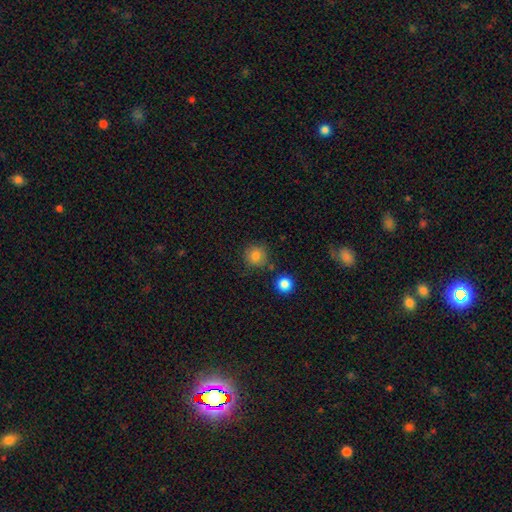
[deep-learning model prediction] A smooth galaxy with no disk features (83%) that is round (92%).

Vote fractions:
- Smooth or featured? smooth: 83% / star or artifact: 11% / featured or disk: 6%
- How rounded? round: 92% / in between: 7% / cigar-shaped: 1%
- Merging? none: 81% / minor disturbance: 11% / merger: 5% / major disturbance: 3%